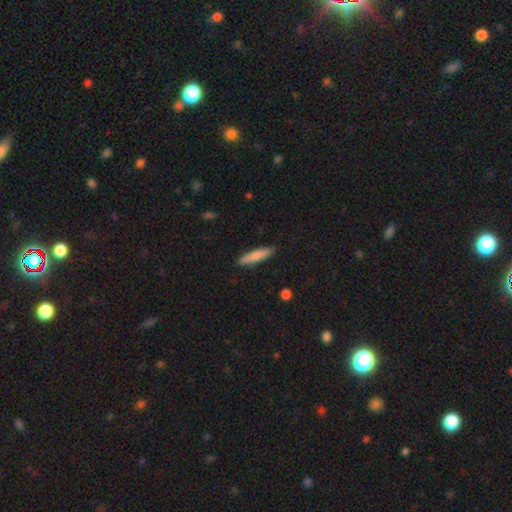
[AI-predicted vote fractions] smooth_or_featured: smooth (p=0.78) [alt: featured or disk p=0.17]
how_rounded: cigar-shaped (p=0.85) [alt: in between p=0.13]
merging: none (p=0.89) [alt: minor disturbance p=0.08]